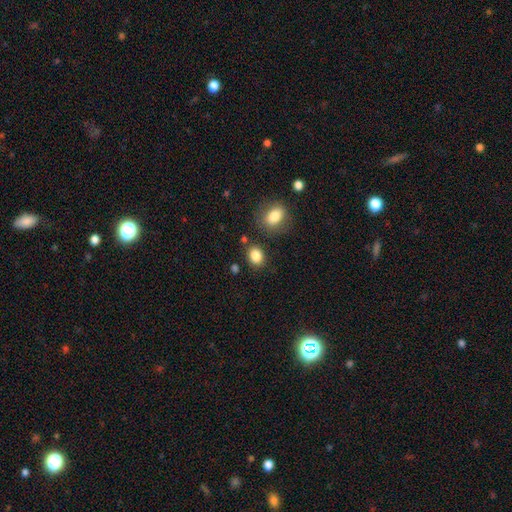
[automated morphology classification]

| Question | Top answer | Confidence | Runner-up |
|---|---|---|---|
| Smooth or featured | smooth | 85% | star or artifact (10%) |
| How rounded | in between | 52% | round (47%) |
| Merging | none | 79% | minor disturbance (11%) |